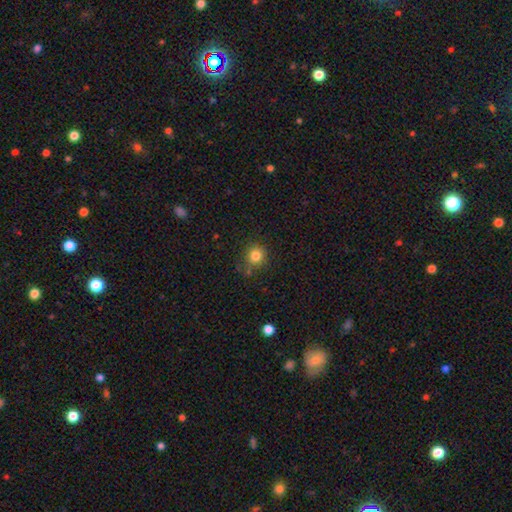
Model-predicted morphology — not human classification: Q: Smooth or featured?
A: smooth (83%); runner-up: star or artifact (12%)
Q: How rounded?
A: round (89%); runner-up: in between (10%)
Q: Merging?
A: none (77%); runner-up: minor disturbance (15%)